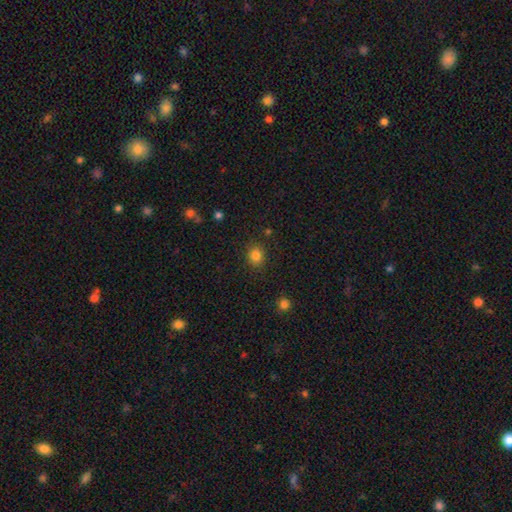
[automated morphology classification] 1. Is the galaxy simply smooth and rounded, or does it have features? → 83% smooth, 12% star or artifact, 5% featured or disk.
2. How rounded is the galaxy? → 69% round, 30% in between, 1% cigar-shaped.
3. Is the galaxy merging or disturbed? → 86% none, 9% minor disturbance, 3% major disturbance, 2% merger.